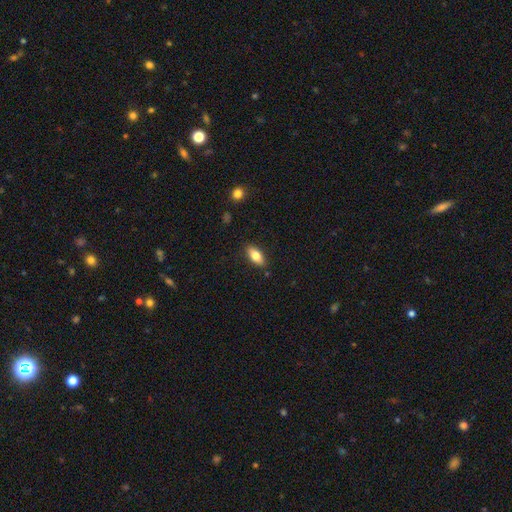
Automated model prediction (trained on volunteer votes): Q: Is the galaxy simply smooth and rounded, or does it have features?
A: smooth — 80%.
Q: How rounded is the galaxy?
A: in between — 87%.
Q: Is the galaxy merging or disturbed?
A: none — 87%.